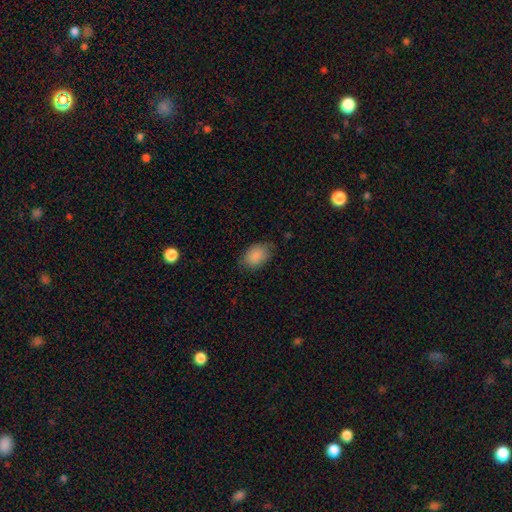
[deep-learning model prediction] Morphology: type=smooth (88%); roundness=in between (84%); merging=none (76%).